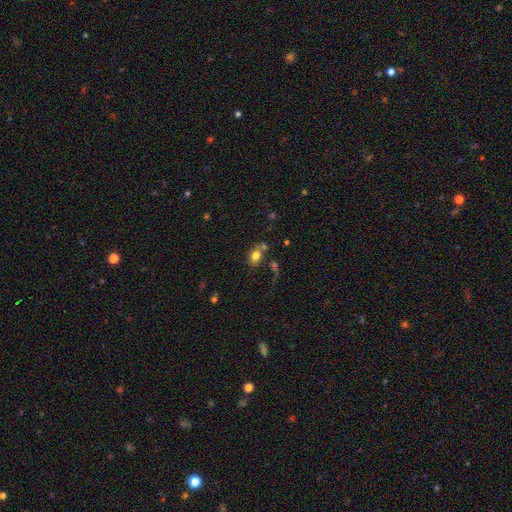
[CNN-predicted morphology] The model was most divided on "how rounded": in between: 52%, round: 46%, cigar-shaped: 2%. Remaining: smooth or featured — smooth (75%); merging — none (46%).